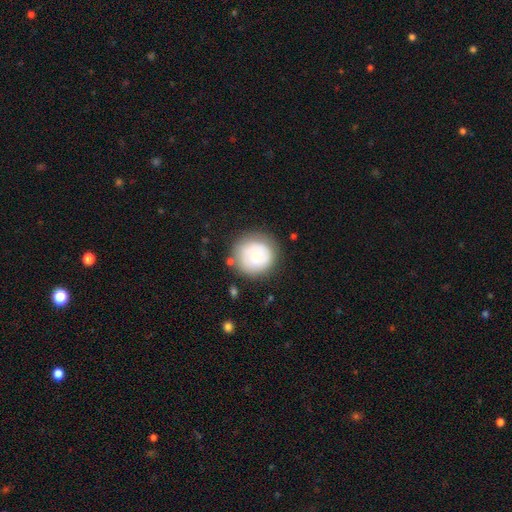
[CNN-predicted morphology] A smooth galaxy with no disk features (58%) that is round (92%).

Vote fractions:
- Smooth or featured? smooth: 58% / featured or disk: 35% / star or artifact: 7%
- How rounded? round: 92% / in between: 7% / cigar-shaped: 1%
- Merging? none: 73% / minor disturbance: 16% / major disturbance: 7% / merger: 4%